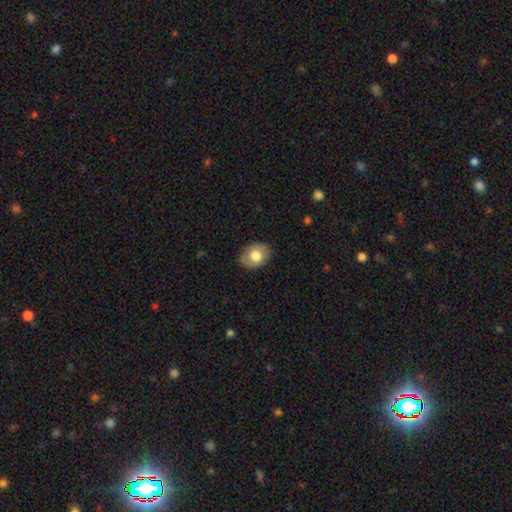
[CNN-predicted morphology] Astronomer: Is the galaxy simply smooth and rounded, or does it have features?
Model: smooth — 76%.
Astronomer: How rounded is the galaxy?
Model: in between — 56% (runner-up: round, 43%).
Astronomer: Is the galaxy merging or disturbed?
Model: none — 87%.